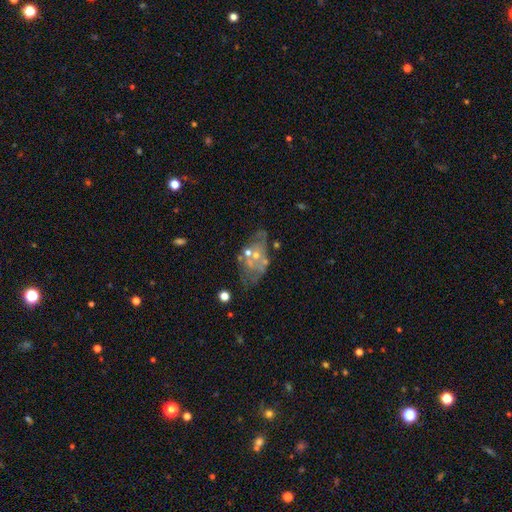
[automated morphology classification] smooth-or-featured: featured or disk: 60% | smooth: 24% | star or artifact: 16%
  disk-edge-on: no: 95% | yes: 5%
    bar: no: 87% | weak: 10% | strong: 3%
    has-spiral-arms: no: 73% | yes: 27%
    bulge-size: small: 49% | none: 26% | moderate: 22% | large: 2% | dominant: 1%
  merging: none: 43% | minor disturbance: 21% | major disturbance: 21% | merger: 14%